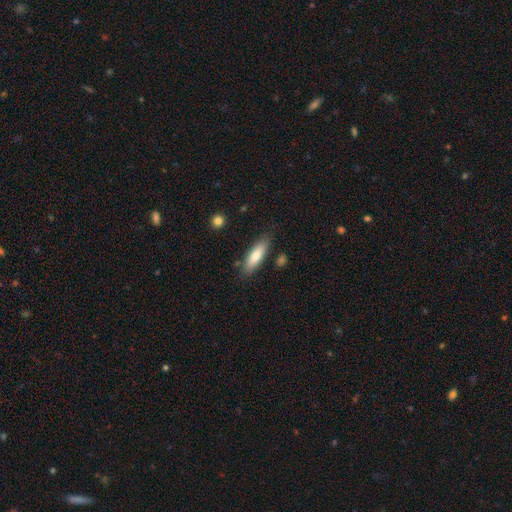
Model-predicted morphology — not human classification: Smooth or featured? smooth (75%)
How rounded? cigar-shaped (53%)
Merging? none (81%)